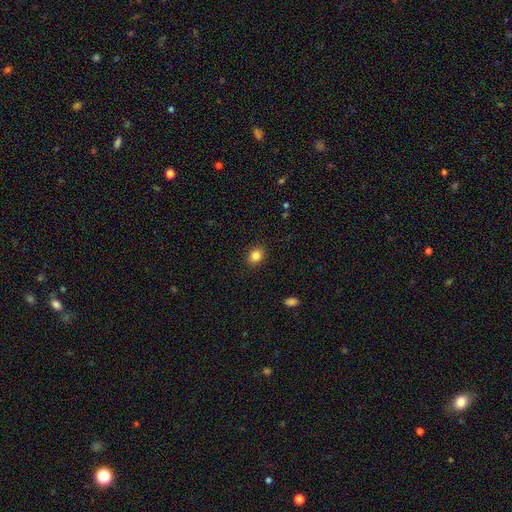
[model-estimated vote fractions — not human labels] This is clearly a smooth galaxy (85%). How rounded: possibly round (51%). Merging: clearly none (90%).